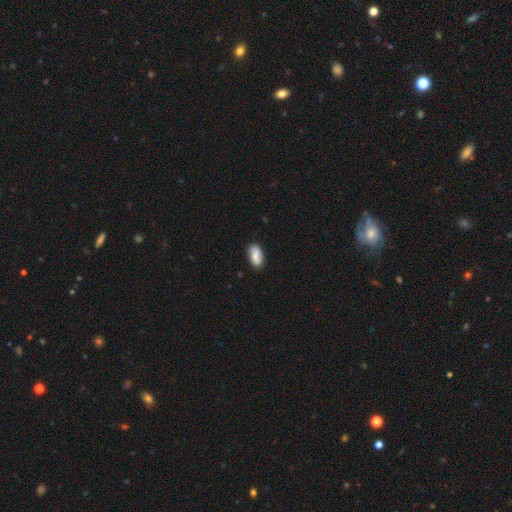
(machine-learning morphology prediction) Smooth or featured? smooth (76%)
How rounded? in between (91%)
Merging? none (80%)